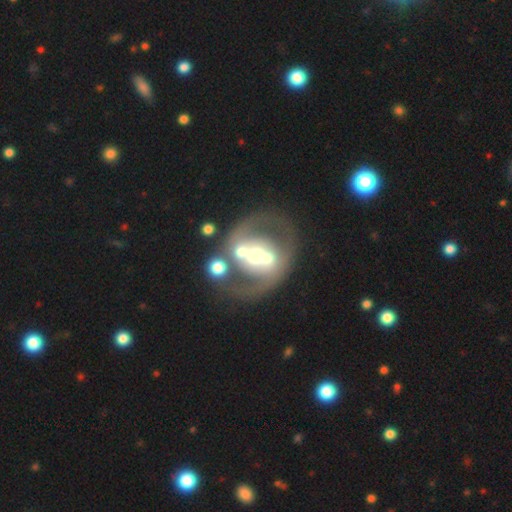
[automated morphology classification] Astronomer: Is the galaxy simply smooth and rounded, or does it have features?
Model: featured or disk — 69%.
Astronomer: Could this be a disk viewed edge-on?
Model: no — 96%.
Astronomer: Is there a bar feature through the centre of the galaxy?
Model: no — 62%.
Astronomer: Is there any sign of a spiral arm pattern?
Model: no — 53% (runner-up: yes, 47%).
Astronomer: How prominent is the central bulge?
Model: moderate — 62%.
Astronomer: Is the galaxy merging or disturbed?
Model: none — 45% (runner-up: merger, 32%).